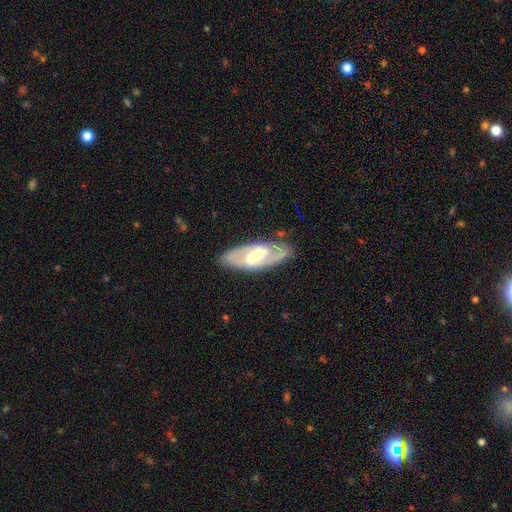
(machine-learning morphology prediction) This appears to be a featured or disk galaxy (79%) with a strong bar (44%), 2 (83%) medium (46%) spiral arms (83%) and a moderate central bulge (50%). Merging: none (83%).